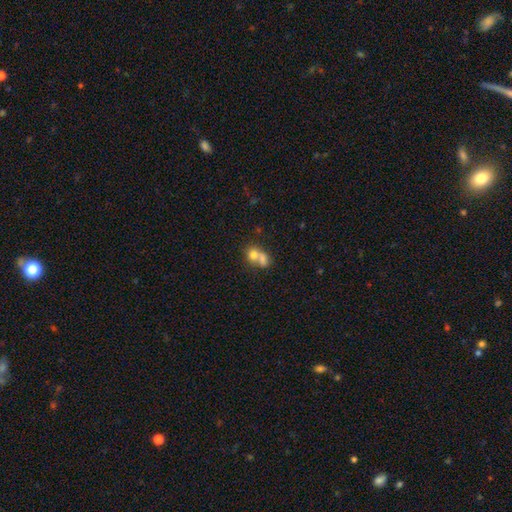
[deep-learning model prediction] This is likely a smooth galaxy (70%). How rounded: likely round (65%). Merging: likely merger (67%).